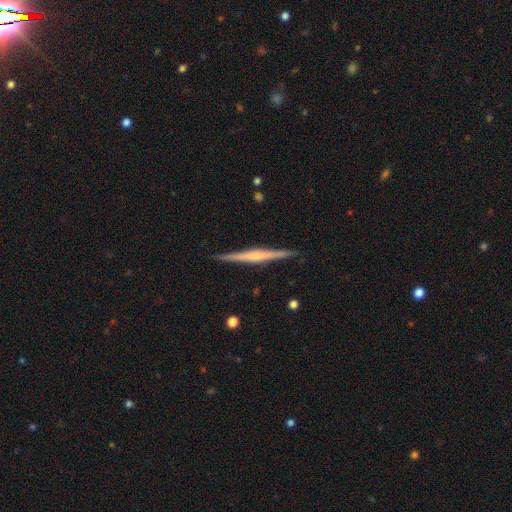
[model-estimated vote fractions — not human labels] Morphology: type=featured or disk (73%); edge-on=yes (98%); edge-on bulge=rounded (41%); merging=none (91%).